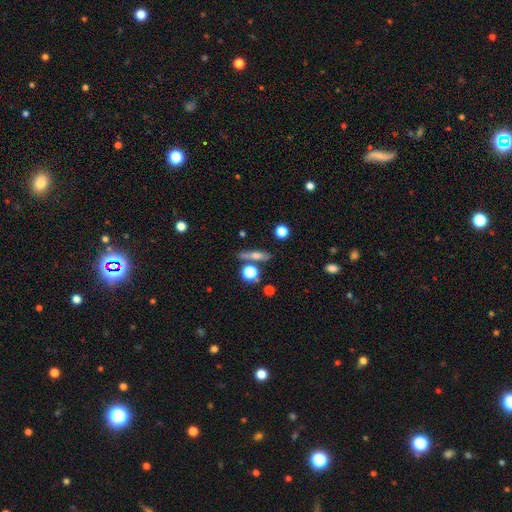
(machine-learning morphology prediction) smooth-or-featured: smooth: 54% | featured or disk: 33% | star or artifact: 12%
  how-rounded: cigar-shaped: 63% | in between: 23% | round: 14%
  merging: none: 73% | minor disturbance: 12% | merger: 11% | major disturbance: 4%